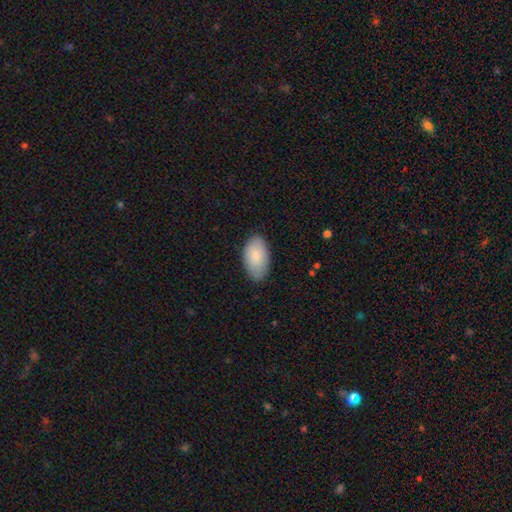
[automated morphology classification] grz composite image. It shows a smooth galaxy with no disk features (85%) that is in between round and cigar-shaped (95%). Merging: none (82%).